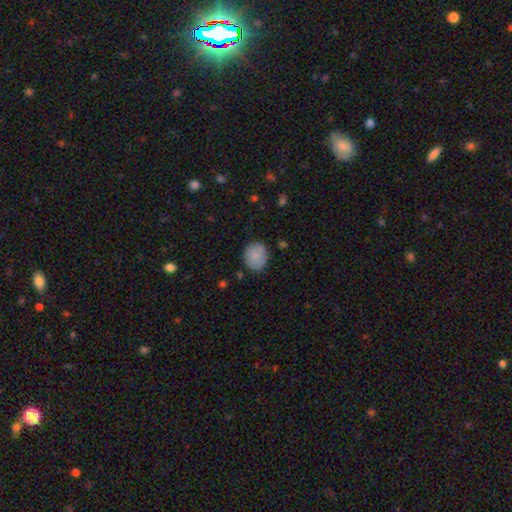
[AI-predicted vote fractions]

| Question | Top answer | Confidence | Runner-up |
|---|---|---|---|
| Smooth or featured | smooth | 84% | featured or disk (8%) |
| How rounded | round | 67% | in between (32%) |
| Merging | none | 80% | minor disturbance (15%) |